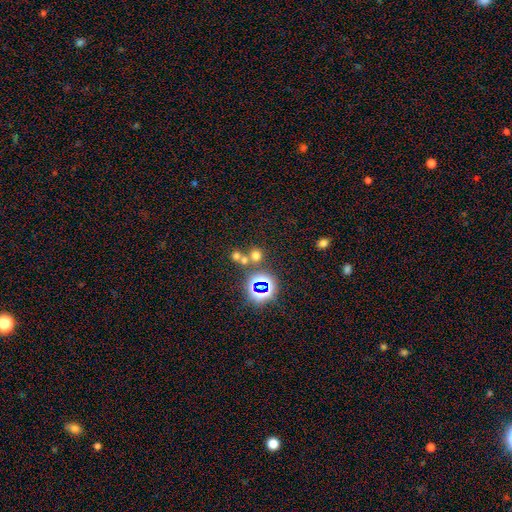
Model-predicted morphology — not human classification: smooth_or_featured: smooth (p=0.55) [alt: star or artifact p=0.35]
how_rounded: round (p=0.85) [alt: in between p=0.14]
merging: none (p=0.60) [alt: merger p=0.30]